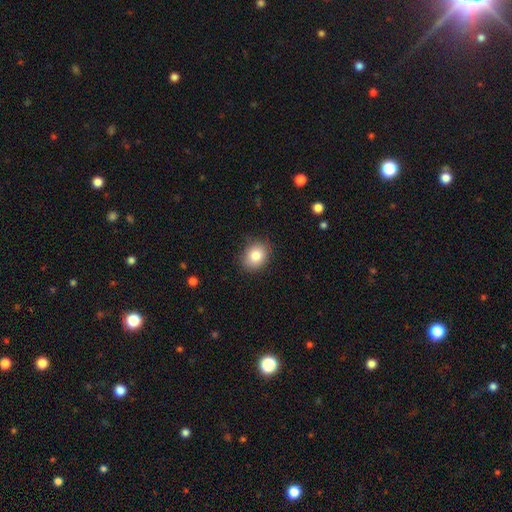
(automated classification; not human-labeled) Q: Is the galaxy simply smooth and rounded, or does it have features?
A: smooth — 83%.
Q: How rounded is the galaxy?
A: round — 55%.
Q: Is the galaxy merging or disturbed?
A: none — 85%.